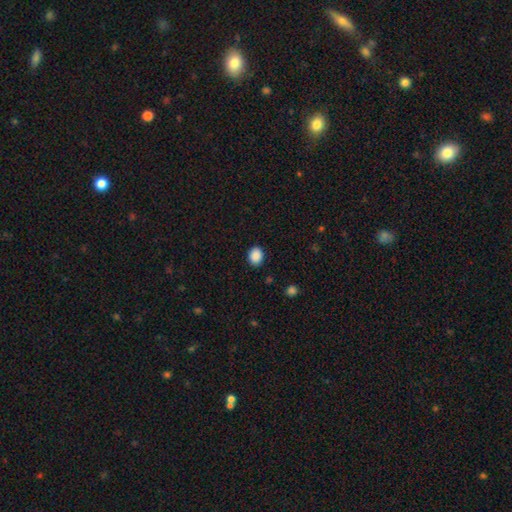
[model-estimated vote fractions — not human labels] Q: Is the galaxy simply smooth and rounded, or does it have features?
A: smooth — 89%.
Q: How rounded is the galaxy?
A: round — 55%.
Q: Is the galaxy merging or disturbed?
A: none — 89%.